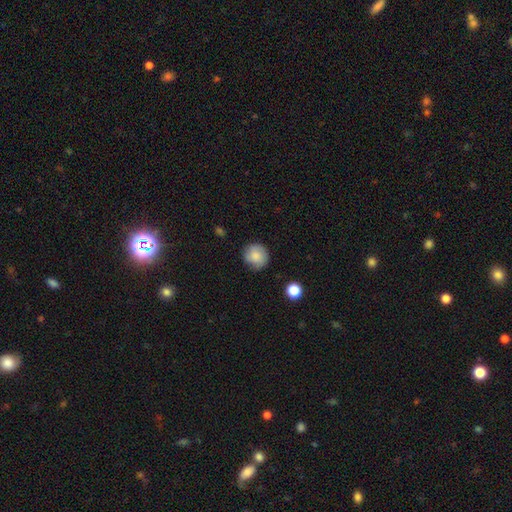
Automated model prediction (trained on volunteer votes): This is clearly a smooth galaxy (82%). How rounded: clearly round (91%). Merging: likely none (79%).